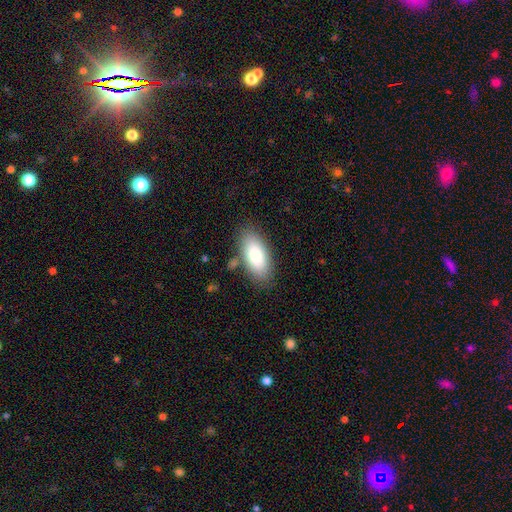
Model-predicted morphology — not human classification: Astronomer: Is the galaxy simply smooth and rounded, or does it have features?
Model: smooth — 82%.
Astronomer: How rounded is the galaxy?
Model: in between — 91%.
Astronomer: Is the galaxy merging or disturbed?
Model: none — 79%.